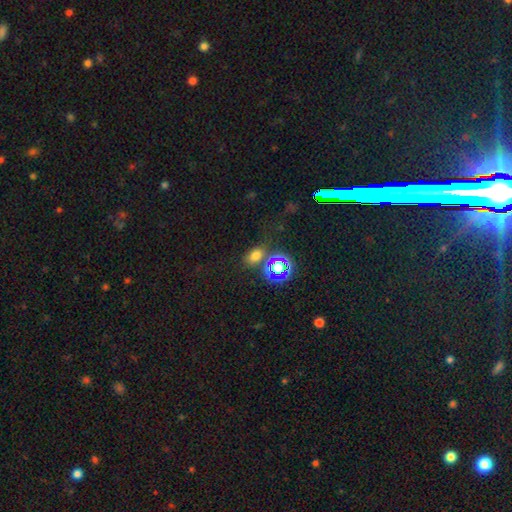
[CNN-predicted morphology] This appears to be a smooth galaxy with no disk features (61%) that is in between round and cigar-shaped (73%). Merging: none (72%).